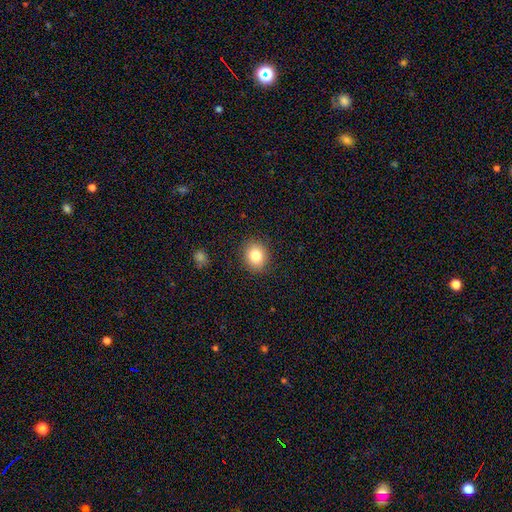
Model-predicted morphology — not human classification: This is clearly a smooth galaxy (82%). How rounded: likely round (67%). Merging: clearly none (89%).